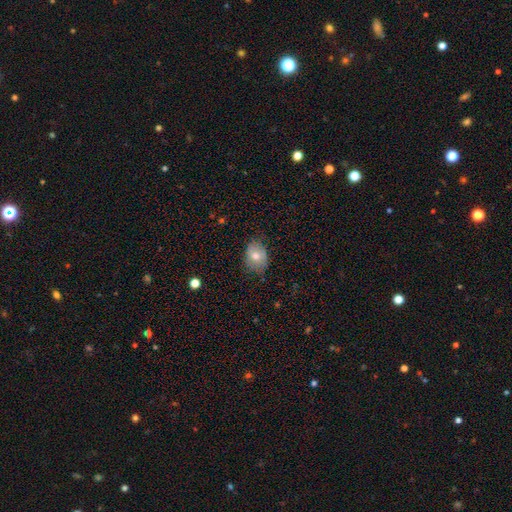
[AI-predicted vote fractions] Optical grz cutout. It shows a smooth galaxy with no disk features (72%) that is in between round and cigar-shaped (61%). Merging: none (75%).